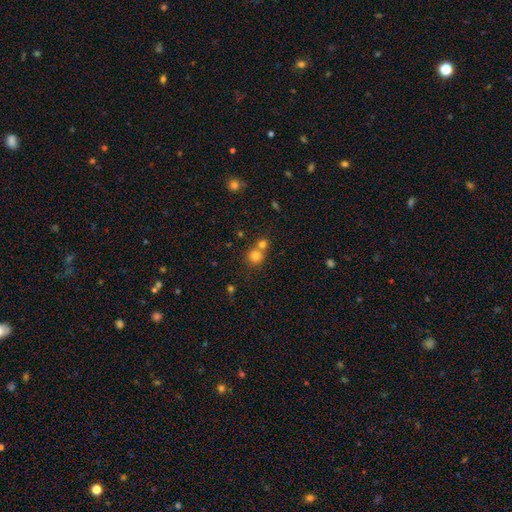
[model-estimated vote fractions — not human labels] Smooth or featured?
  - smooth: 77% *
  - star or artifact: 14%
  - featured or disk: 8%
How rounded?
  - round: 89% *
  - in between: 11%
  - cigar-shaped: 1%
Merging?
  - none: 51% *
  - merger: 41%
  - minor disturbance: 6%
  - major disturbance: 2%